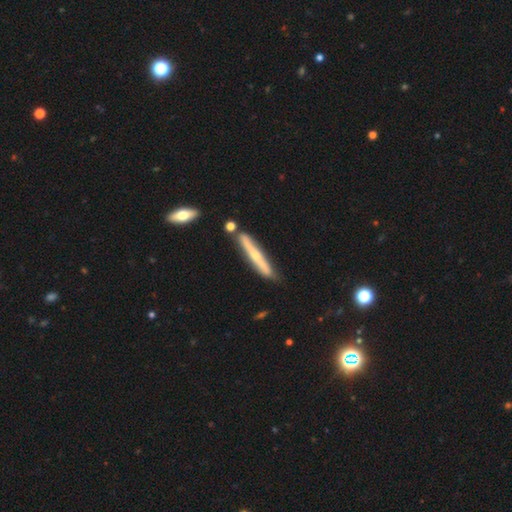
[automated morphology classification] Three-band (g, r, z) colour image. It shows a featured or disk galaxy (59%) viewed edge-on (90%) with a rounded central bulge (72%). Merging: none (77%).